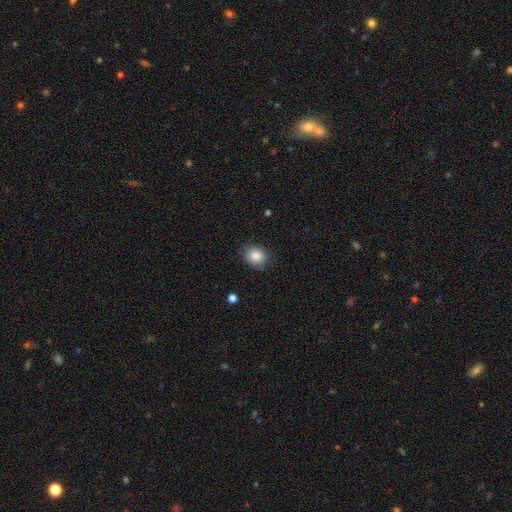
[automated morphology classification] smooth_or_featured: smooth (p=0.84) [alt: star or artifact p=0.09]
how_rounded: round (p=0.64) [alt: in between p=0.35]
merging: none (p=0.83) [alt: minor disturbance p=0.13]